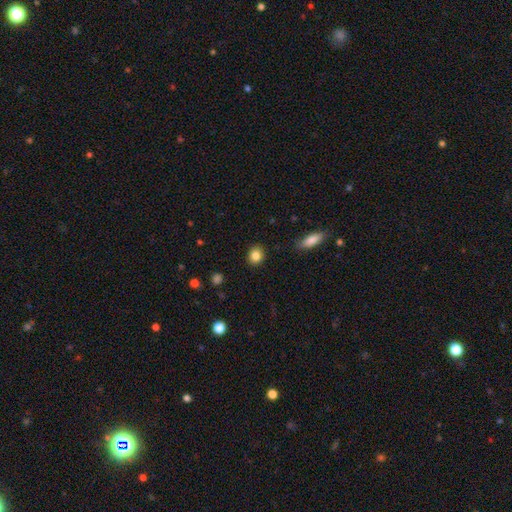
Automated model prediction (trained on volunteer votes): smooth-or-featured: smooth: 85% | star or artifact: 10% | featured or disk: 6%
  how-rounded: round: 72% | in between: 27% | cigar-shaped: 1%
  merging: none: 89% | minor disturbance: 8% | major disturbance: 2% | merger: 1%